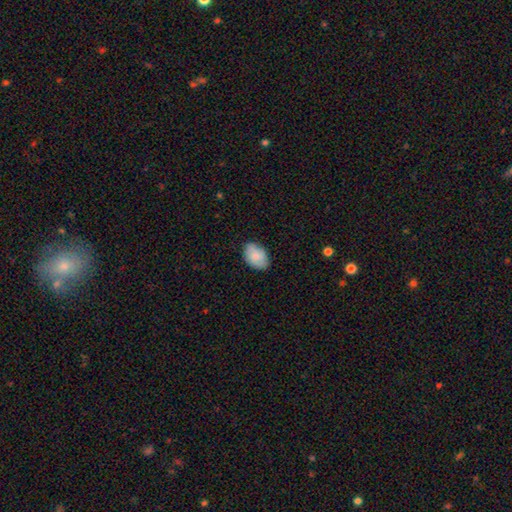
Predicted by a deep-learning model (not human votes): This is clearly a smooth galaxy (85%). How rounded: clearly in between (88%). Merging: likely none (78%).